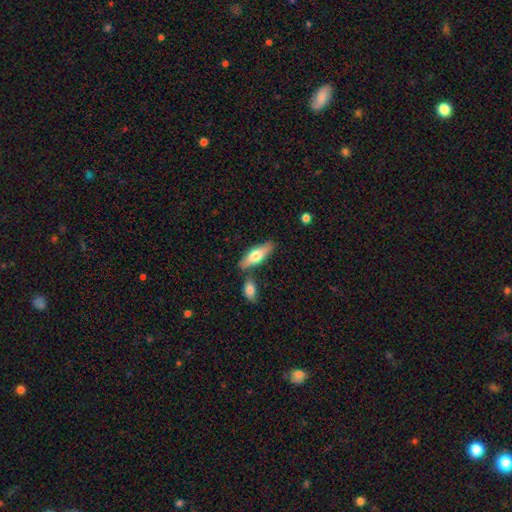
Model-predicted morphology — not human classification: Overall: smooth (65%; featured or disk 30%). How rounded: in between (60%; cigar-shaped 38%). Merging: none (73%).